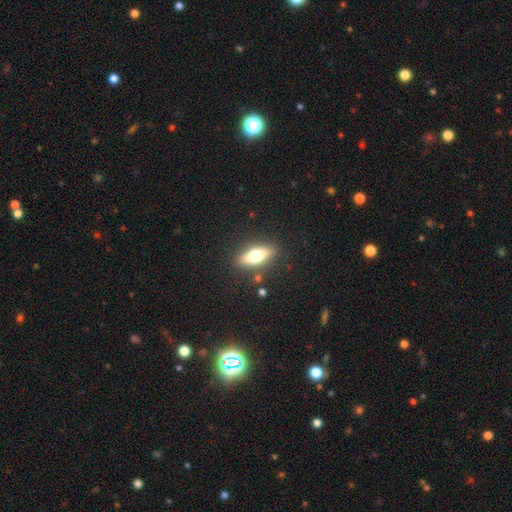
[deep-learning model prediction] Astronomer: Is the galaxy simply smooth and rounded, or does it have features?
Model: smooth — 52% (runner-up: featured or disk, 40%).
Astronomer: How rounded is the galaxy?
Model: in between — 60% (runner-up: cigar-shaped, 35%).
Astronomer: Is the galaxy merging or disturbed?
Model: none — 86%.